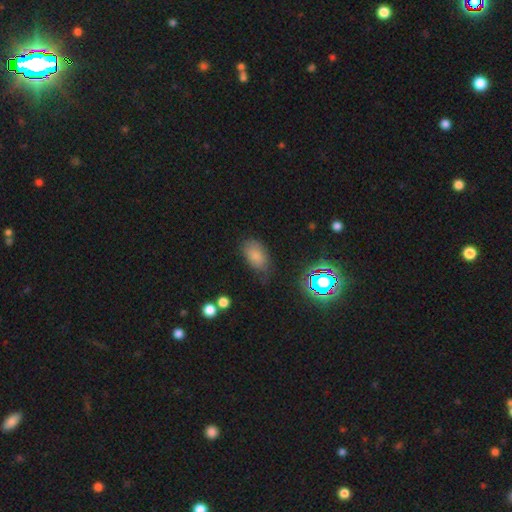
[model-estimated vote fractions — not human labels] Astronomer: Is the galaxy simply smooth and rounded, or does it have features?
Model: smooth — 77%.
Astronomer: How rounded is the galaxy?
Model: in between — 91%.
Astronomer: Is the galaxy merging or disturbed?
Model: none — 70%.